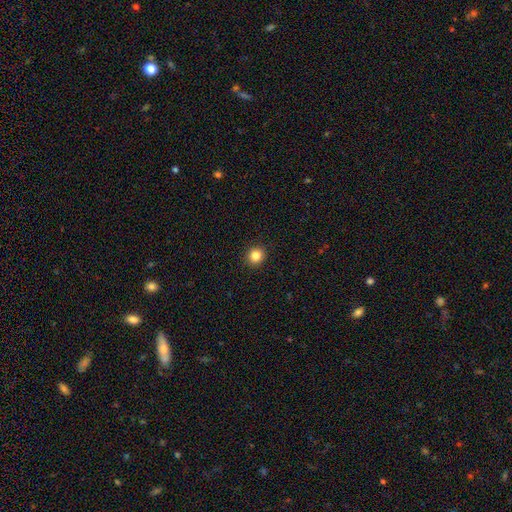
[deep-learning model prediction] This is clearly a smooth galaxy (84%). How rounded: clearly round (90%). Merging: clearly none (93%).